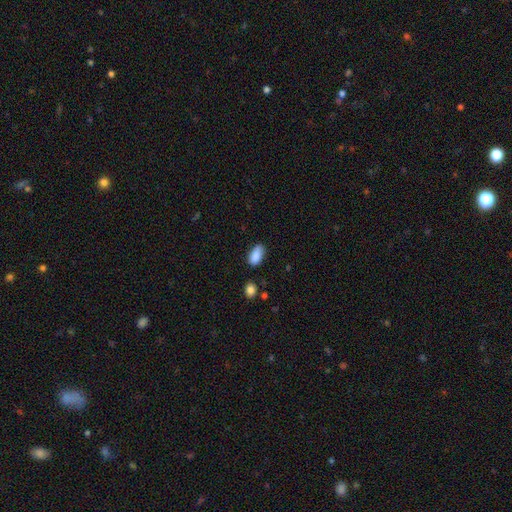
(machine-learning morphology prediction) Q: Smooth or featured?
A: smooth (88%); runner-up: star or artifact (8%)
Q: How rounded?
A: in between (91%); runner-up: cigar-shaped (5%)
Q: Merging?
A: none (73%); runner-up: minor disturbance (20%)